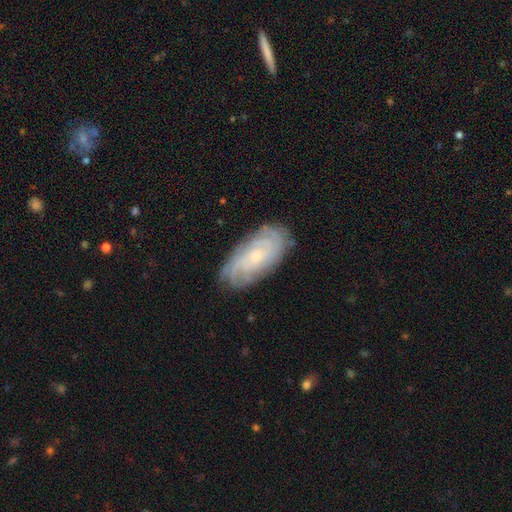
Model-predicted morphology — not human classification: smooth-or-featured: featured or disk: 74% | smooth: 18% | star or artifact: 8%
  disk-edge-on: no: 93% | yes: 7%
    bar: no: 73% | weak: 23% | strong: 4%
    has-spiral-arms: yes: 94% | no: 6%
      spiral-winding: tight: 73% | medium: 21% | loose: 6%
      spiral-arm-count: can't tell: 48% | 4: 16% | 3: 12% | 2: 11% | more than 4: 9% | 1: 5%
    bulge-size: small: 69% | moderate: 26% | none: 3% | large: 2% | dominant: 1%
  merging: none: 81% | minor disturbance: 14% | major disturbance: 3% | merger: 1%